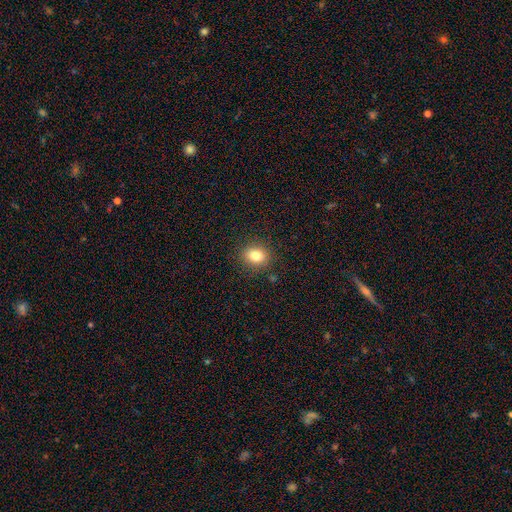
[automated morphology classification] Overall: smooth (83%). How rounded: round (52%; in between 47%). Merging: none (88%).